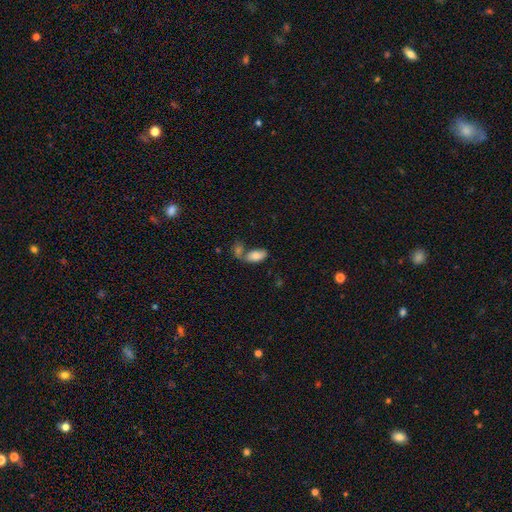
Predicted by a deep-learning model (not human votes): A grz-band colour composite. It shows a smooth galaxy with no disk features (78%) that is in between round and cigar-shaped (92%). Merging: merger (46%).